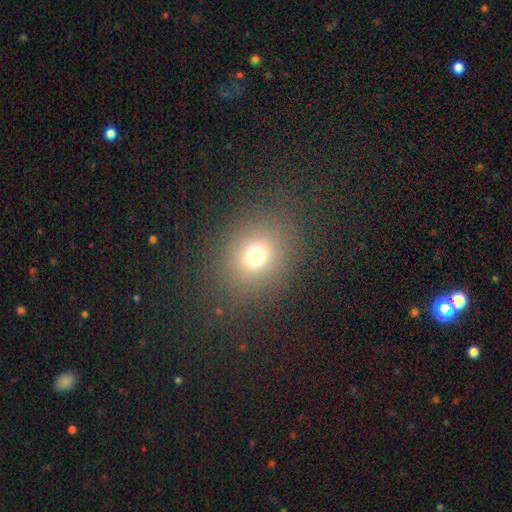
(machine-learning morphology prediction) Smooth or featured?
  - smooth: 70% *
  - star or artifact: 19%
  - featured or disk: 10%
How rounded?
  - round: 70% *
  - in between: 29%
  - cigar-shaped: 1%
Merging?
  - none: 82% *
  - minor disturbance: 10%
  - major disturbance: 7%
  - merger: 1%